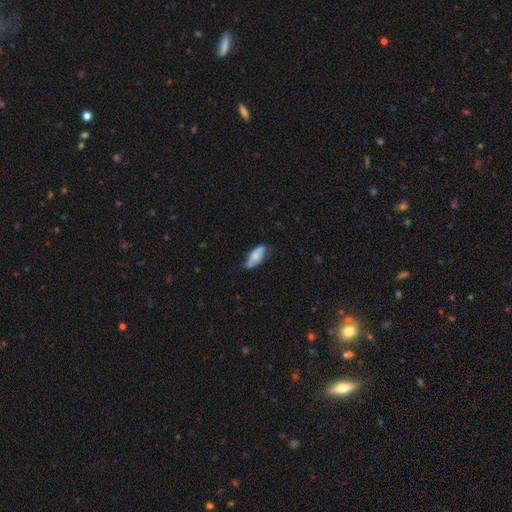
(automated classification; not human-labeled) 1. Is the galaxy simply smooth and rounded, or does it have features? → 71% smooth, 23% featured or disk, 6% star or artifact.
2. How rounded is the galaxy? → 81% in between, 16% cigar-shaped, 2% round.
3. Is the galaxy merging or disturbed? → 62% none, 30% minor disturbance, 6% major disturbance, 2% merger.